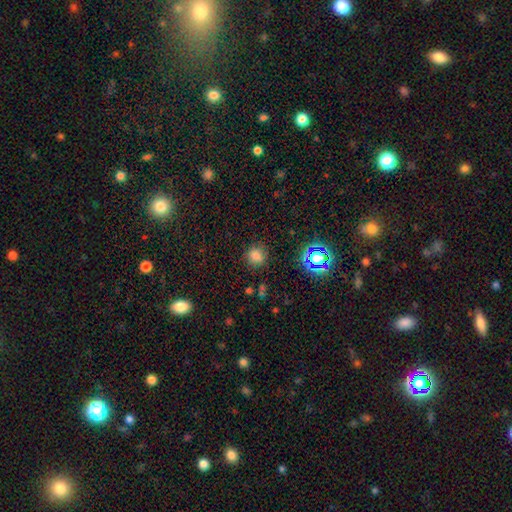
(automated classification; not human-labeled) Overall: smooth (74%). How rounded: round (86%). Merging: none (86%).